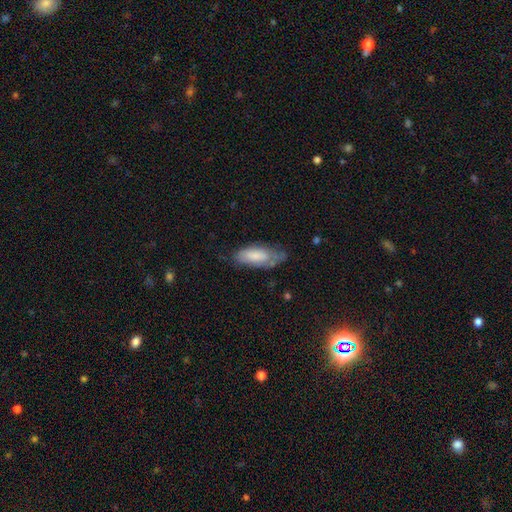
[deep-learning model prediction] A smooth galaxy with no disk features (73%) that is in between round and cigar-shaped (78%).

Vote fractions:
- Smooth or featured? smooth: 73% / featured or disk: 20% / star or artifact: 6%
- How rounded? in between: 78% / cigar-shaped: 20% / round: 2%
- Merging? none: 46% / minor disturbance: 37% / major disturbance: 15% / merger: 3%